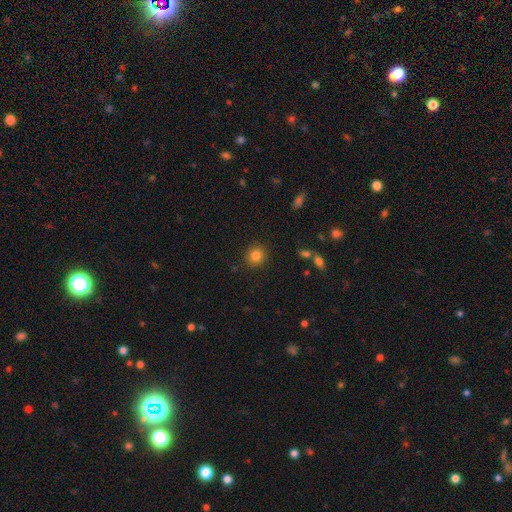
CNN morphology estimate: smooth 82%, star or artifact 12%, featured or disk 6%. Down the decision tree: how rounded — round (86%); merging — none (90%).